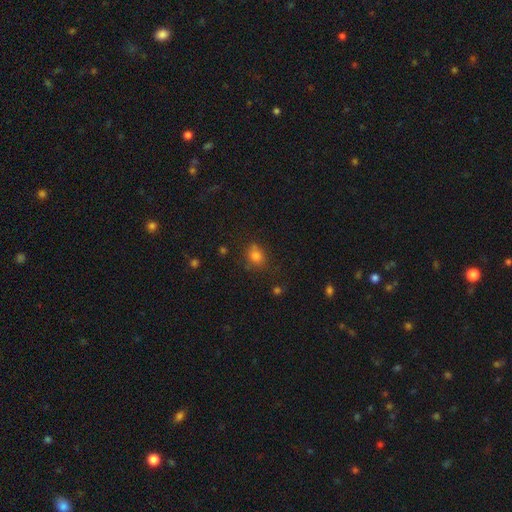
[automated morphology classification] The model was most divided on "how rounded": round: 57%, in between: 42%, cigar-shaped: 1%. More confident: smooth or featured — smooth (77%); merging — none (67%).